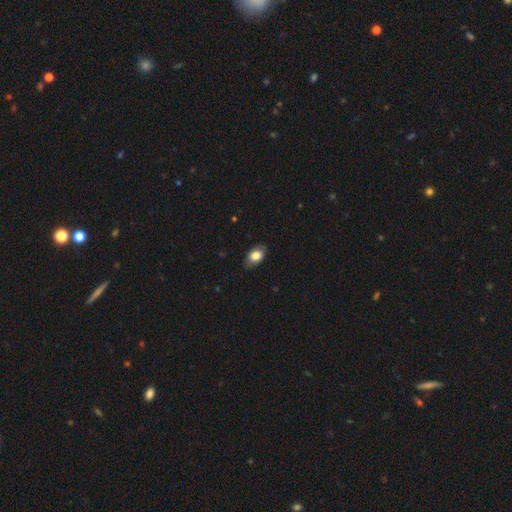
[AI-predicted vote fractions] A smooth galaxy with no disk features (78%) that is in between round and cigar-shaped (89%). Merging: none (80%).